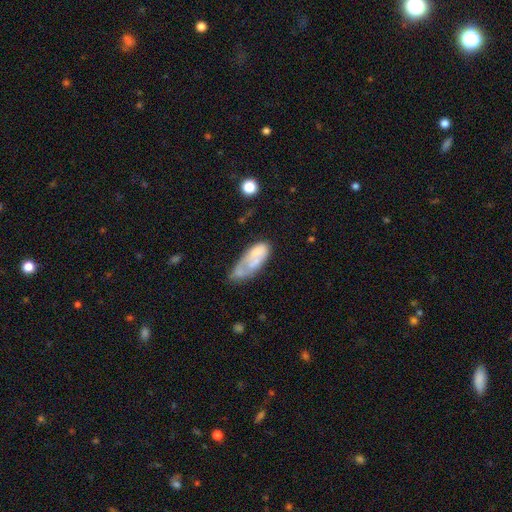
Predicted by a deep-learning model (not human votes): Smooth or featured? Predicted: smooth (p=0.52). How rounded? Predicted: in between (p=0.77). Merging? Predicted: none (p=0.33).